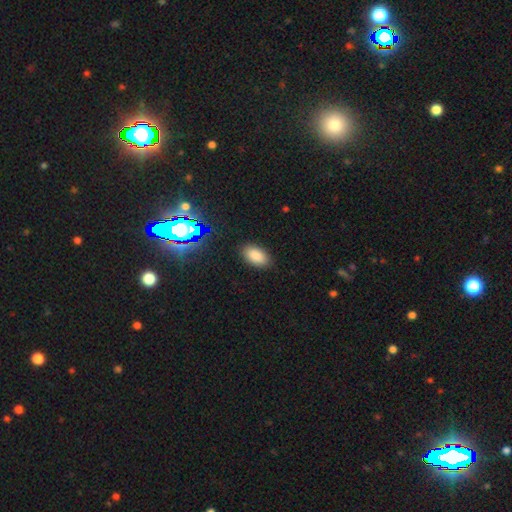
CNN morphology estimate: Overall: smooth (83%). How rounded: in between (93%). Merging: none (88%).